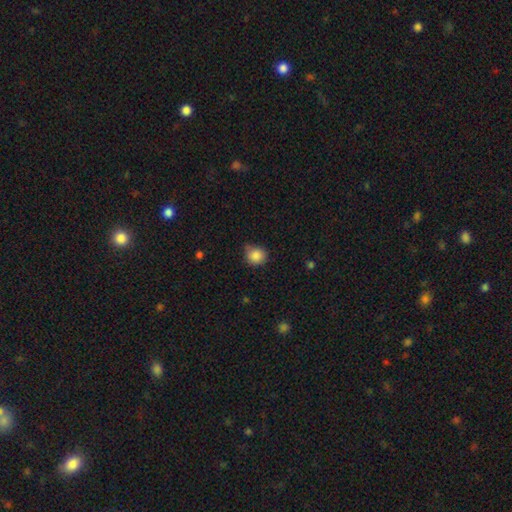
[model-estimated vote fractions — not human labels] Overall: smooth (87%). How rounded: round (84%). Merging: none (63%; minor disturbance 29%).